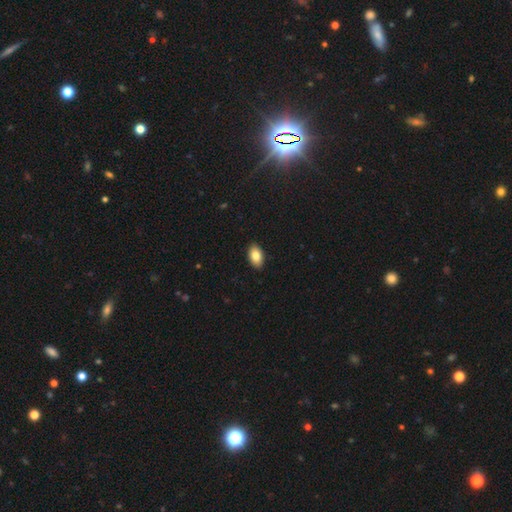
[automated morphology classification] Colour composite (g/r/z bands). It shows a smooth galaxy with no disk features (84%) that is in between round and cigar-shaped (93%). Merging: none (90%).